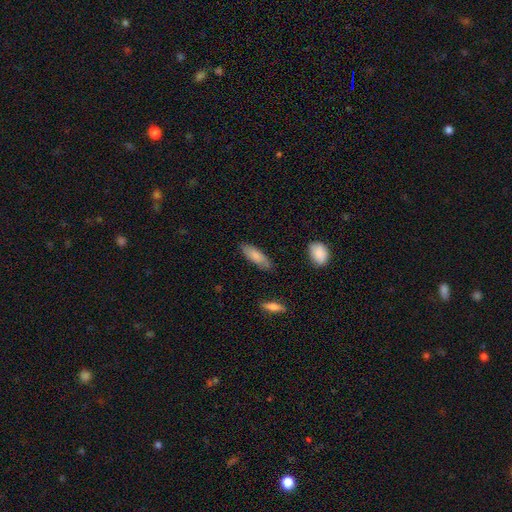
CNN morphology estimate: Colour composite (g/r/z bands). It shows a smooth galaxy with no disk features (82%) that is in between round and cigar-shaped (56%). Merging: none (83%).